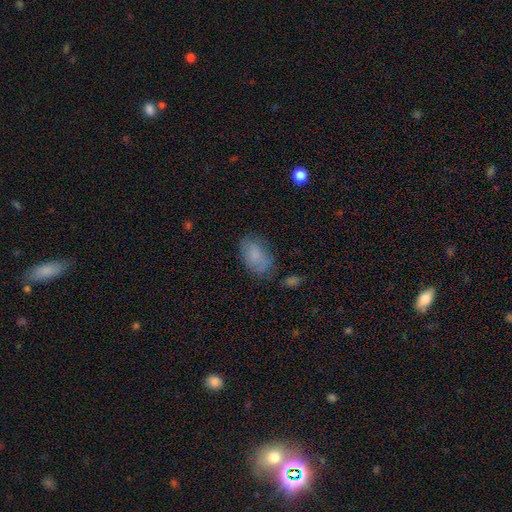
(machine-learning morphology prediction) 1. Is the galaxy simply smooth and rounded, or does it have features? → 77% smooth, 14% featured or disk, 8% star or artifact.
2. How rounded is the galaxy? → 91% in between, 8% round, 2% cigar-shaped.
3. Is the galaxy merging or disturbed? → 66% none, 23% minor disturbance, 8% major disturbance, 3% merger.